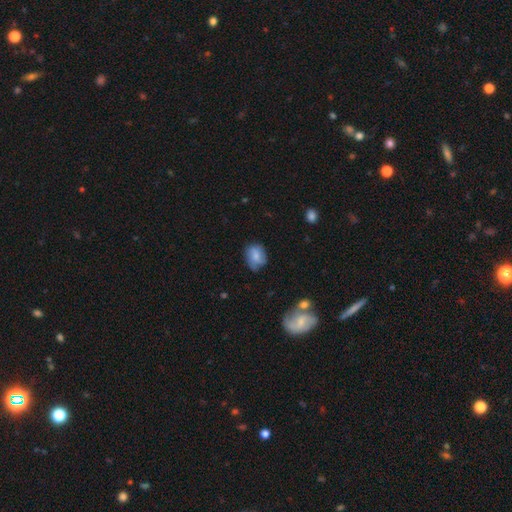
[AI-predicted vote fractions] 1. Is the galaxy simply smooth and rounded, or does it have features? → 70% smooth, 22% featured or disk, 8% star or artifact.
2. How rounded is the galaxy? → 52% in between, 46% round, 1% cigar-shaped.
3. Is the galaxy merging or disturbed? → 66% none, 26% minor disturbance, 6% major disturbance, 2% merger.